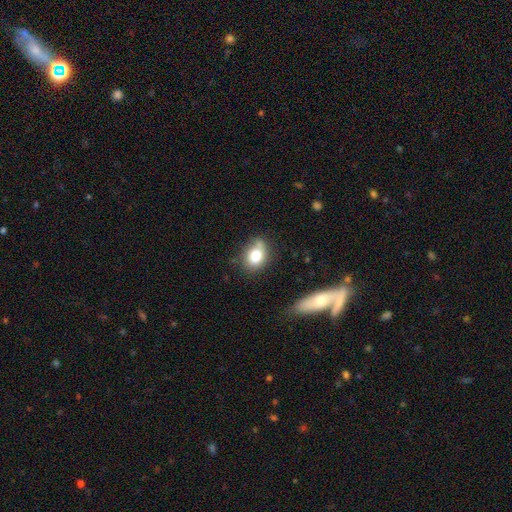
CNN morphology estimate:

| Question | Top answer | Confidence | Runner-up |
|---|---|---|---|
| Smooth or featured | smooth | 79% | featured or disk (11%) |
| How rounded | in between | 64% | round (35%) |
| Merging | none | 60% | minor disturbance (26%) |